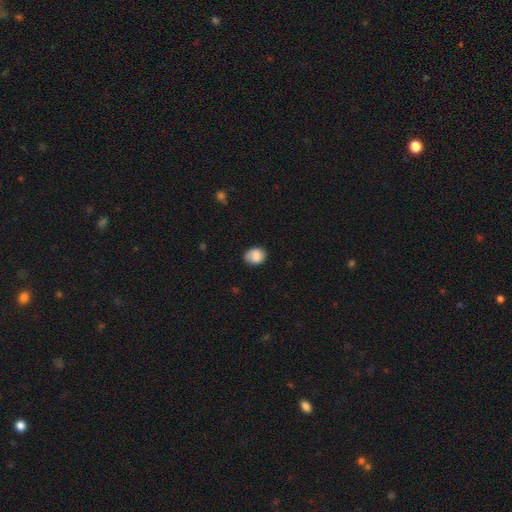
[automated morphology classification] Smooth or featured? smooth (81%)
How rounded? round (54%)
Merging? none (73%)